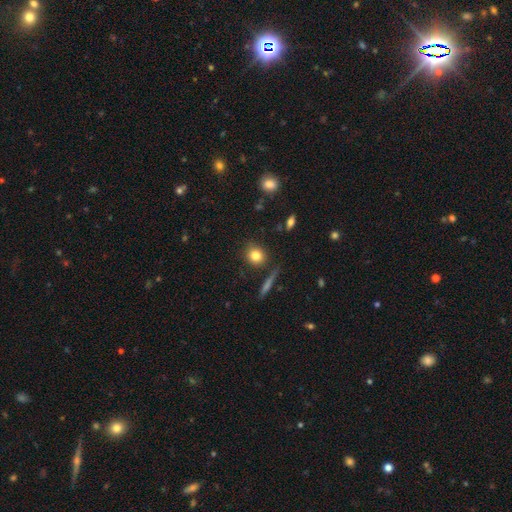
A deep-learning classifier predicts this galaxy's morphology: Smooth or featured? Predicted: smooth (p=0.81). How rounded? Predicted: round (p=0.77). Merging? Predicted: none (p=0.84).